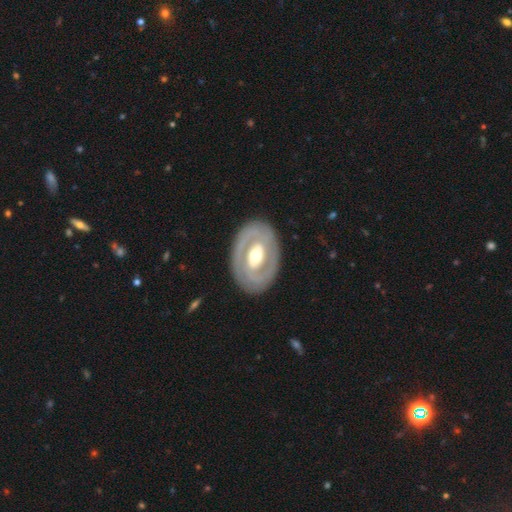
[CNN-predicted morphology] A featured or disk galaxy (74%) with no bar (40%), spiral arms (50%, tied with no) and a moderate central bulge (70%). Merging: none (84%).